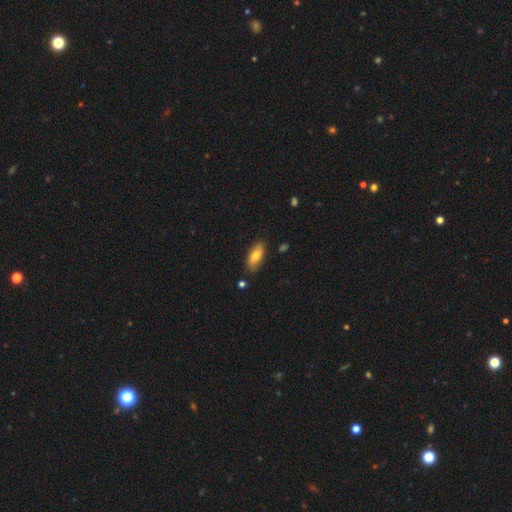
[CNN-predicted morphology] The model was most divided on "smooth or featured": smooth: 64%, featured or disk: 29%, star or artifact: 7%. More confident: merging — none (83%); how rounded — in between (79%).